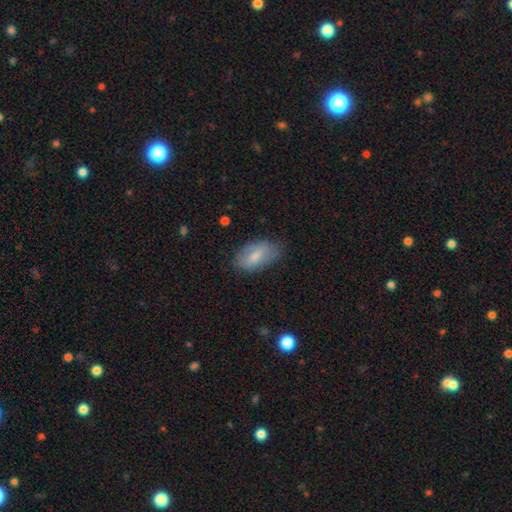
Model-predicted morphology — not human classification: smooth-or-featured: smooth: 72% | featured or disk: 21% | star or artifact: 7%
  how-rounded: in between: 92% | cigar-shaped: 4% | round: 4%
  merging: none: 72% | minor disturbance: 22% | major disturbance: 5% | merger: 1%